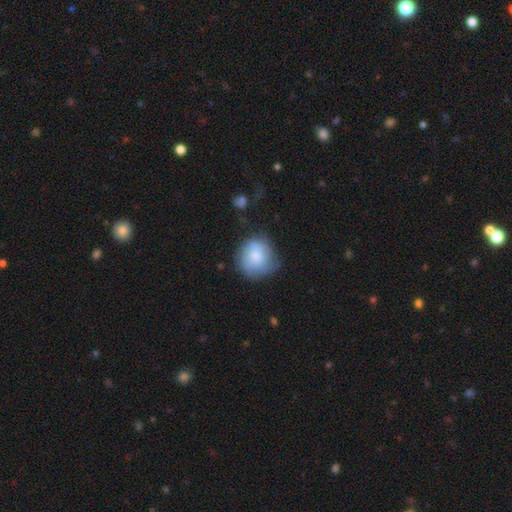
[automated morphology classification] Overall: smooth (76%). How rounded: round (82%). Merging: none (58%; minor disturbance 29%).